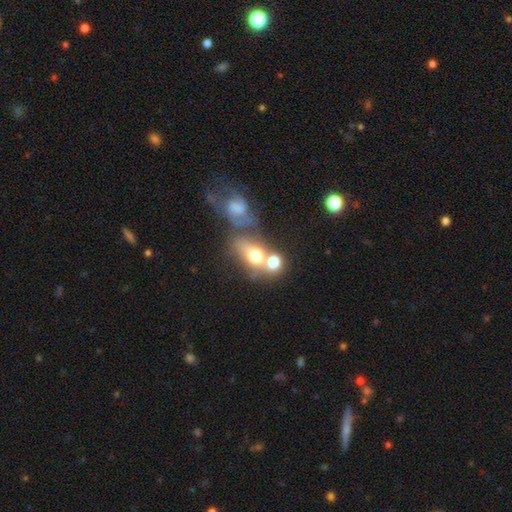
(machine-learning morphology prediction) Smooth or featured?
  - smooth: 57% *
  - featured or disk: 28%
  - star or artifact: 15%
How rounded?
  - in between: 55% *
  - round: 41%
  - cigar-shaped: 4%
Merging?
  - merger: 51% *
  - none: 27%
  - minor disturbance: 11%
  - major disturbance: 11%